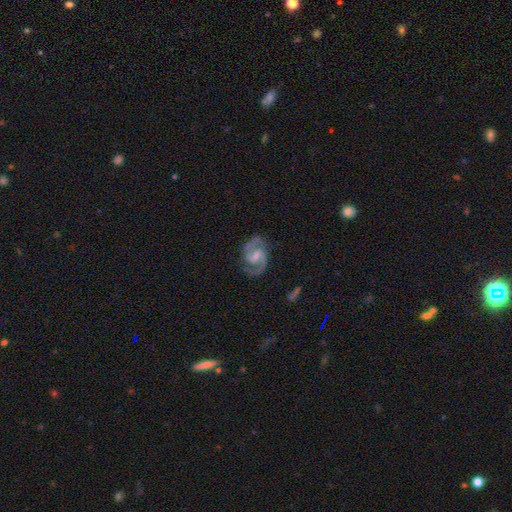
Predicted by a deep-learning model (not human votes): This is clearly a featured or disk galaxy (92%). It is clearly not viewed edge-on (98%). Bar: possibly weak (56%). Spiral arm pattern: clearly yes (98%). Spiral arm count: clearly 2 (94%). Spiral winding: likely medium (64%). Central bulge: marginally small (42%). Merging: clearly none (83%).